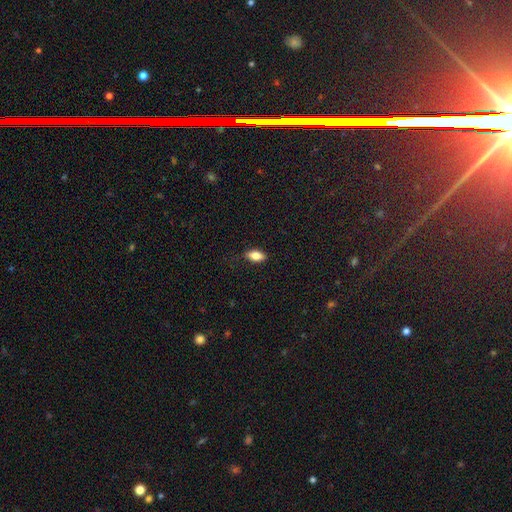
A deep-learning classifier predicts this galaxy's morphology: smooth 80%, featured or disk 12%, star or artifact 8%. Down the decision tree: how rounded — in between (88%); merging — none (84%).